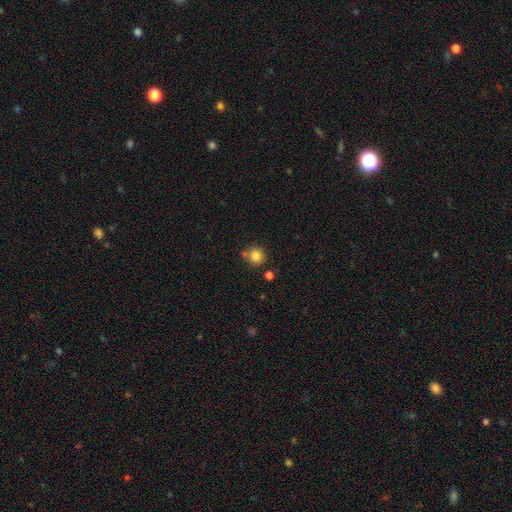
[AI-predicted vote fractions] A smooth galaxy with no disk features (83%) that is round (91%).

Vote fractions:
- Smooth or featured? smooth: 83% / star or artifact: 11% / featured or disk: 6%
- How rounded? round: 91% / in between: 8% / cigar-shaped: 1%
- Merging? none: 74% / merger: 12% / minor disturbance: 11% / major disturbance: 3%